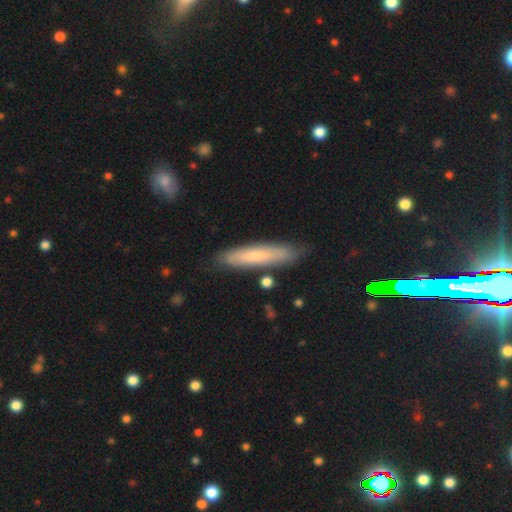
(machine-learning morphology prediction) smooth-or-featured: smooth: 67% | featured or disk: 27% | star or artifact: 6%
  how-rounded: cigar-shaped: 88% | in between: 11% | round: 1%
  merging: none: 82% | minor disturbance: 13% | merger: 3% | major disturbance: 2%